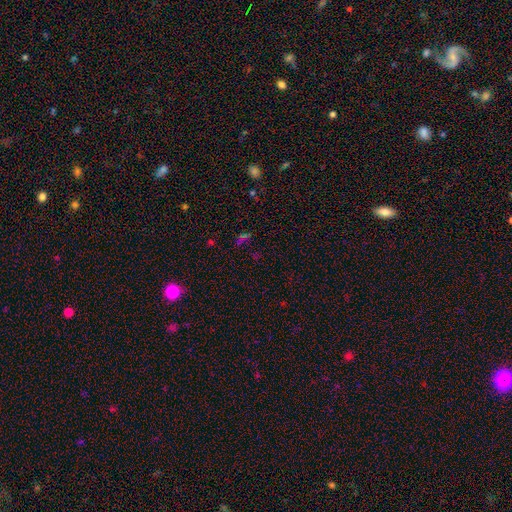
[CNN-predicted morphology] A star or artifact, not a galaxy (61%).